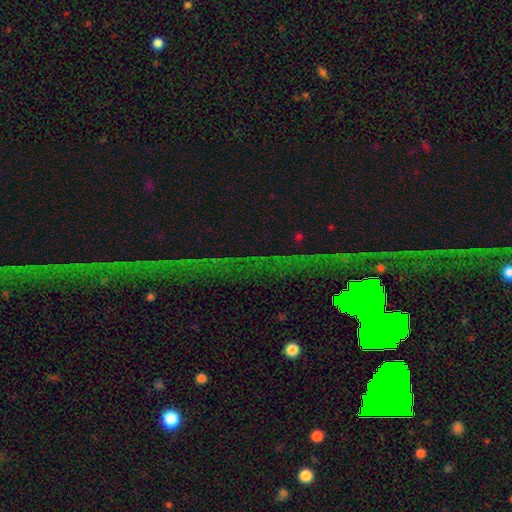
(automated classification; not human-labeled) Smooth or featured: star or artifact — 77% (featured or disk — 14%)